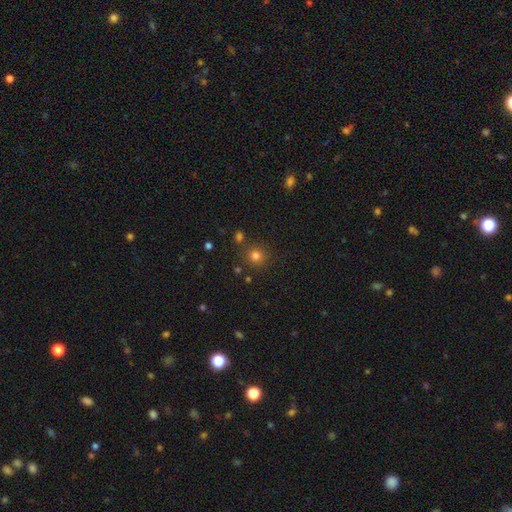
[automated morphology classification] The model was most divided on "smooth or featured": smooth: 77%, star or artifact: 17%, featured or disk: 6%. More confident: how rounded — round (92%); merging — none (83%).